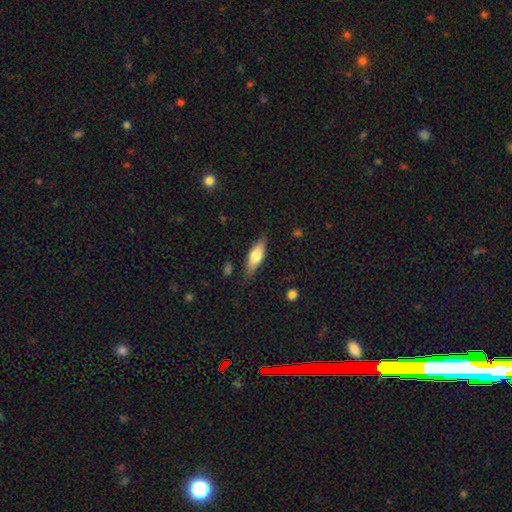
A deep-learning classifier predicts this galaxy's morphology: Overall: smooth (65%; featured or disk 28%). How rounded: in between (60%; cigar-shaped 38%). Merging: none (79%).